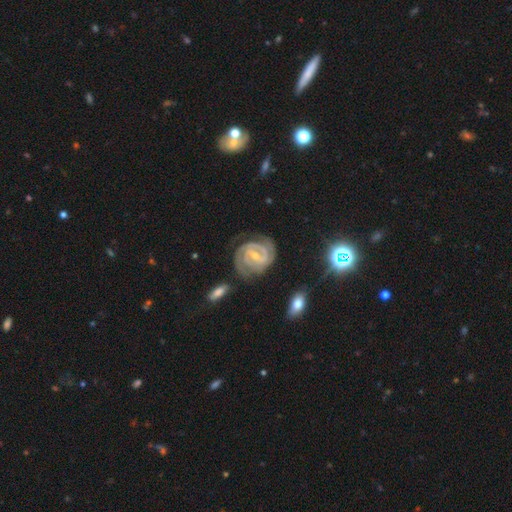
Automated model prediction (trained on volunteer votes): A featured or disk galaxy (90%) with a weak bar (43%, tied with strong), 2 (65%) tight (72%) spiral arms (97%) and a small central bulge (60%). Merging: none (71%).